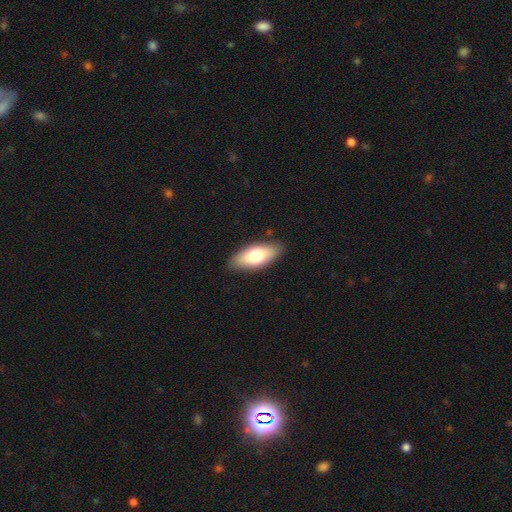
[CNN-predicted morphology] This is likely a smooth galaxy (72%). How rounded: clearly in between (82%). Merging: clearly none (86%).